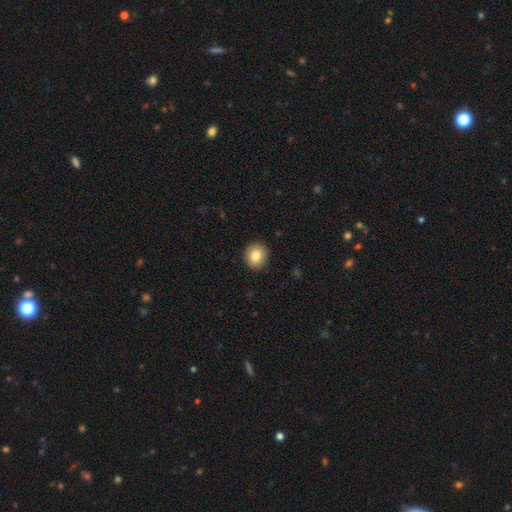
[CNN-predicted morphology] A smooth galaxy with no disk features (83%) that is round (86%).

Vote fractions:
- Smooth or featured? smooth: 83% / star or artifact: 9% / featured or disk: 8%
- How rounded? round: 86% / in between: 13% / cigar-shaped: 1%
- Merging? none: 91% / minor disturbance: 6% / major disturbance: 2% / merger: 1%